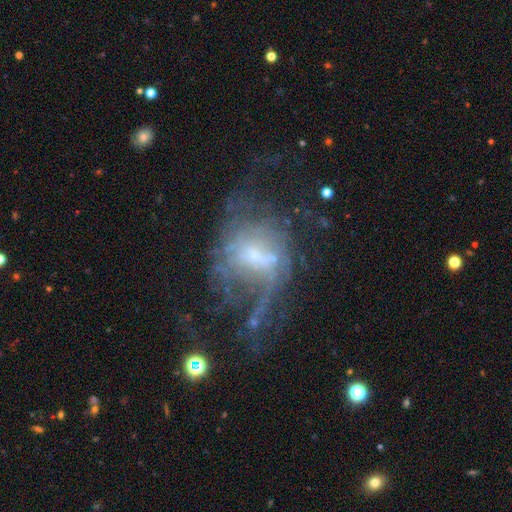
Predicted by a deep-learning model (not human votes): Smooth or featured? featured or disk (68%)
Edge-on disk? no (96%)
Bar? no (52%)
Spiral arms? yes (60%)
Bulge size? small (60%)
Merging? major disturbance (42%)